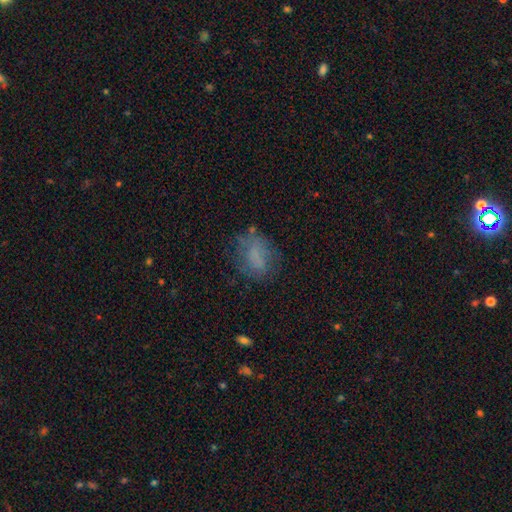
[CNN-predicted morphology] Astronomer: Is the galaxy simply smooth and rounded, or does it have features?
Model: smooth — 63%.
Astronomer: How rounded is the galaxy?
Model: in between — 68%.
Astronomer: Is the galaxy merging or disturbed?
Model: none — 59%.